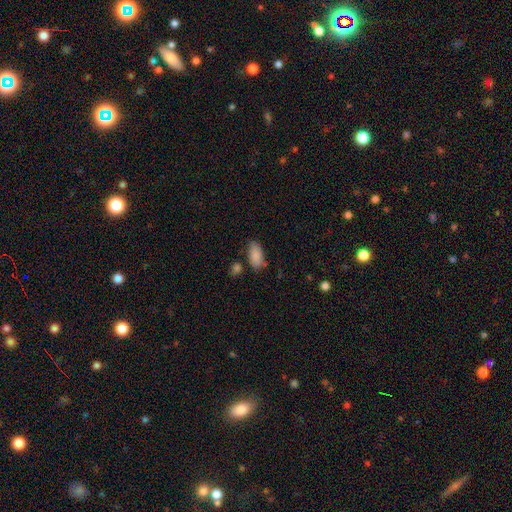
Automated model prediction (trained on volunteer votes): Smooth or featured?
  - smooth: 86% *
  - star or artifact: 7%
  - featured or disk: 7%
How rounded?
  - in between: 93% *
  - cigar-shaped: 4%
  - round: 3%
Merging?
  - none: 66% *
  - minor disturbance: 22%
  - merger: 7%
  - major disturbance: 5%